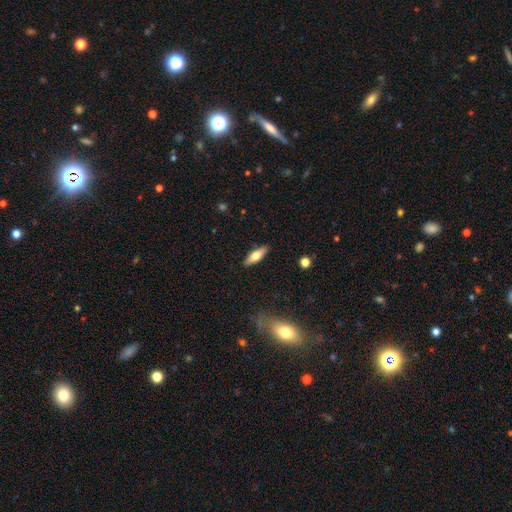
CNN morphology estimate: This is possibly a smooth galaxy (56%). How rounded: possibly cigar-shaped (49%, tied with in between). Merging: clearly none (88%).